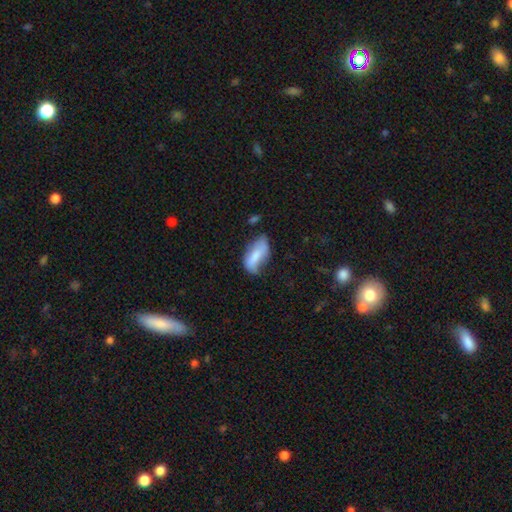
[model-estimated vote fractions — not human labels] This is likely a smooth galaxy (67%). How rounded: clearly in between (88%). Merging: marginally none (40%).